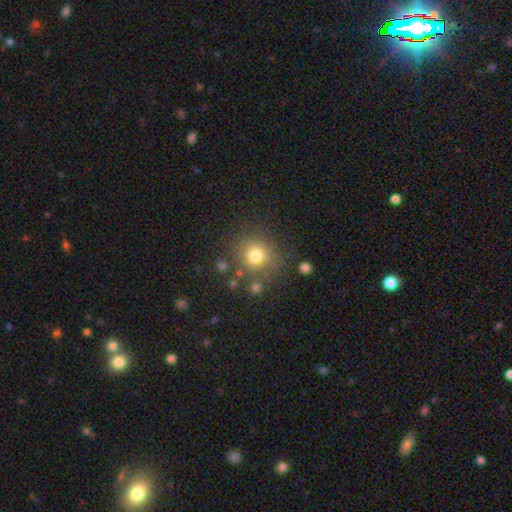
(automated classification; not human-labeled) smooth_or_featured: smooth (p=0.77) [alt: star or artifact p=0.15]
how_rounded: round (p=0.89) [alt: in between p=0.10]
merging: none (p=0.78) [alt: minor disturbance p=0.11]